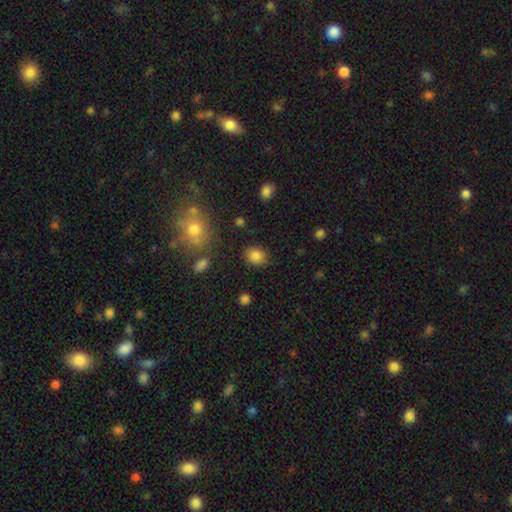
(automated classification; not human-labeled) smooth-or-featured: smooth: 84% | star or artifact: 10% | featured or disk: 6%
  how-rounded: round: 50% | in between: 49% | cigar-shaped: 1%
  merging: none: 83% | minor disturbance: 11% | major disturbance: 3% | merger: 2%